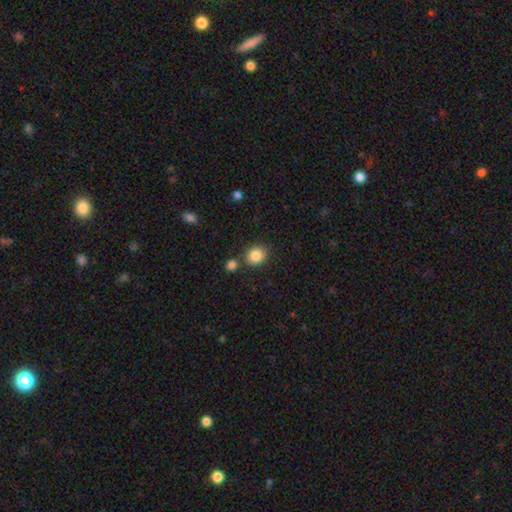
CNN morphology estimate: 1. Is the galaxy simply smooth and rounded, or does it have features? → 86% smooth, 9% star or artifact, 5% featured or disk.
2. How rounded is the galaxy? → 75% round, 24% in between, 1% cigar-shaped.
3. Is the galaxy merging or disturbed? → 78% none, 10% merger, 9% minor disturbance, 3% major disturbance.